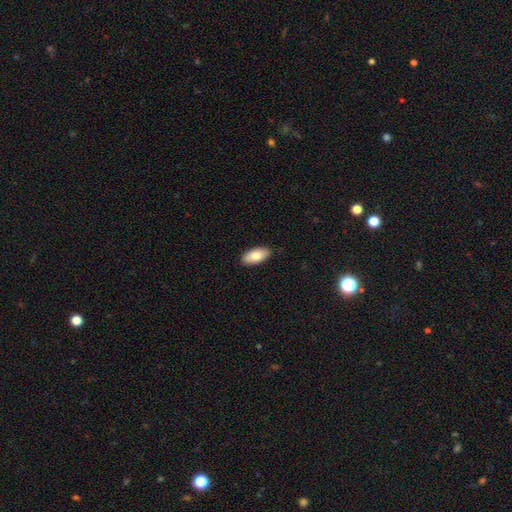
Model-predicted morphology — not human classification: Smooth or featured? smooth (84%)
How rounded? in between (93%)
Merging? none (89%)